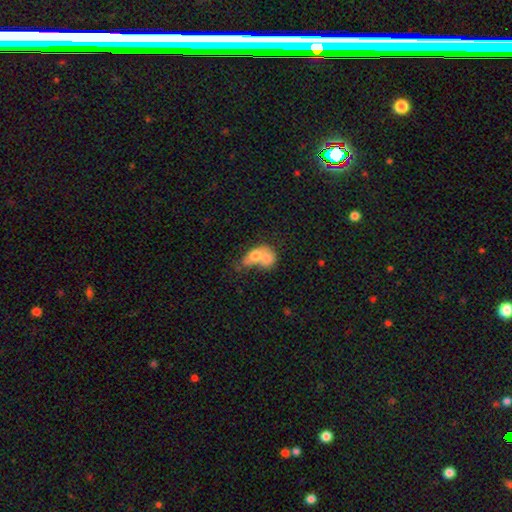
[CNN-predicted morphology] Smooth or featured: smooth — 66% (featured or disk — 27%)
How rounded: in between — 65% (round — 32%)
Merging: merger — 78% (none — 11%)